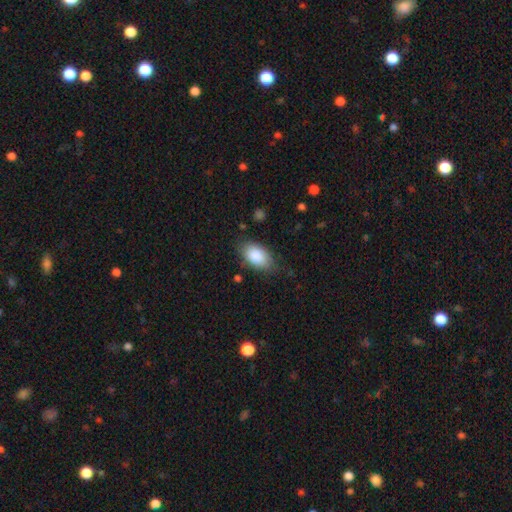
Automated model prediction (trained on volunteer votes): Smooth or featured? smooth (84%)
How rounded? in between (92%)
Merging? none (78%)